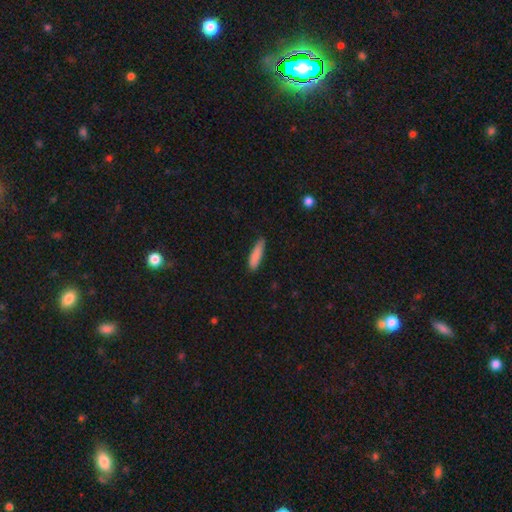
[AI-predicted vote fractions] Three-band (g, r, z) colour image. It shows a smooth galaxy with no disk features (86%) that is cigar-shaped (72%). Merging: none (75%).